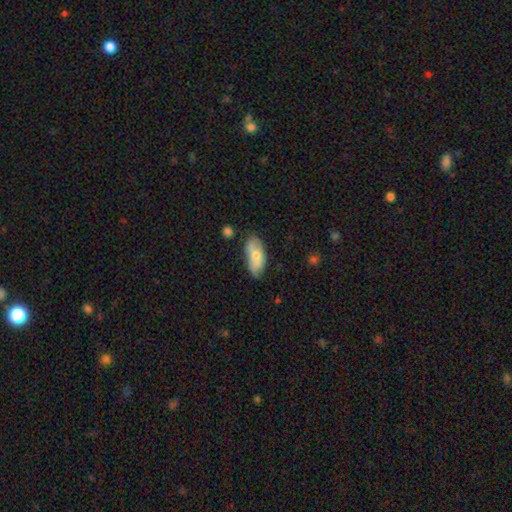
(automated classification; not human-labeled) Smooth or featured? Predicted: smooth (p=0.63). How rounded? Predicted: in between (p=0.90). Merging? Predicted: none (p=0.63).